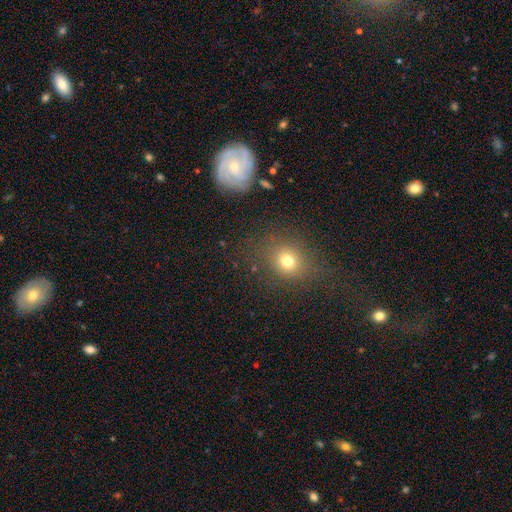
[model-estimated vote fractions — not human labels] Smooth or featured? Predicted: smooth (p=0.50). Merging? Predicted: none (p=0.70).